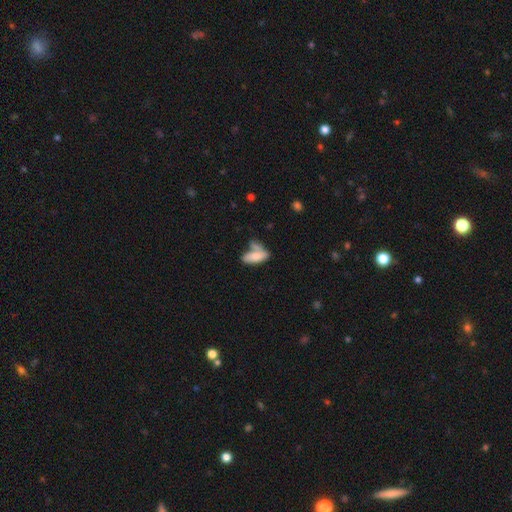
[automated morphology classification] Smooth or featured?
  - smooth: 75% *
  - featured or disk: 17%
  - star or artifact: 8%
How rounded?
  - in between: 73% *
  - cigar-shaped: 24%
  - round: 3%
Merging?
  - none: 39% *
  - merger: 35%
  - minor disturbance: 17%
  - major disturbance: 8%